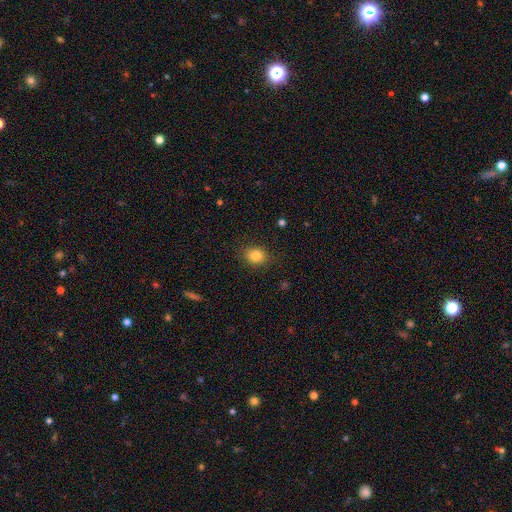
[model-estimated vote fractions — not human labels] The model was most divided on "how rounded": round: 52%, in between: 47%, cigar-shaped: 1%. More confident: merging — none (85%); smooth or featured — smooth (83%).